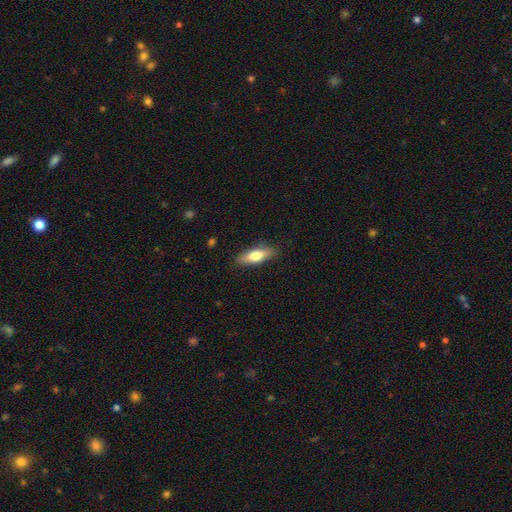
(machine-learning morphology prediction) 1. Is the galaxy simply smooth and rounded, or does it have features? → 68% smooth, 26% featured or disk, 6% star or artifact.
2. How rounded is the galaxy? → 56% in between, 41% cigar-shaped, 3% round.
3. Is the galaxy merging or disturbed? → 86% none, 10% minor disturbance, 2% major disturbance, 1% merger.